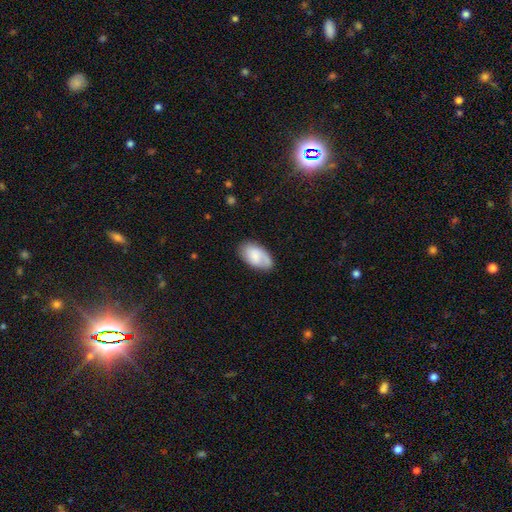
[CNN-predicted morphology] Overall: smooth (67%). How rounded: in between (94%). Merging: none (72%).